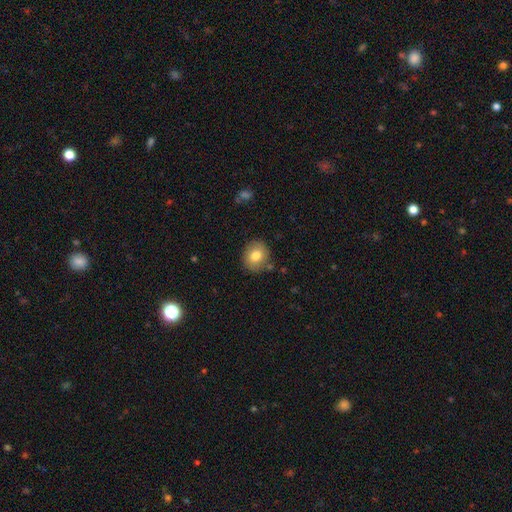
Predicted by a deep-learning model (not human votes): Smooth or featured: smooth — 79% (featured or disk — 13%)
How rounded: round — 76% (in between — 23%)
Merging: none — 83% (minor disturbance — 12%)